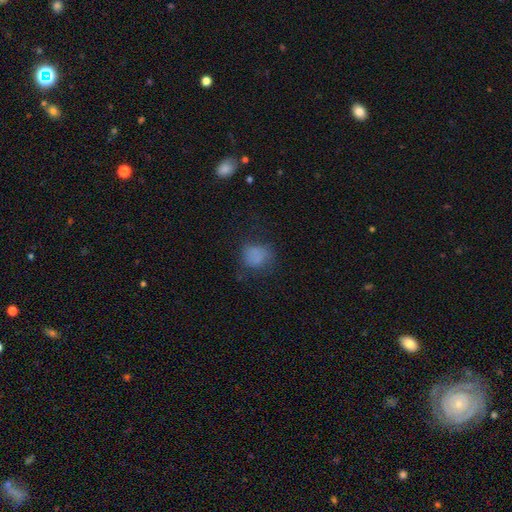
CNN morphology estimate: smooth-or-featured: smooth: 73% | star or artifact: 14% | featured or disk: 13%
  how-rounded: round: 58% | in between: 41% | cigar-shaped: 1%
  merging: none: 52% | minor disturbance: 26% | major disturbance: 19% | merger: 3%